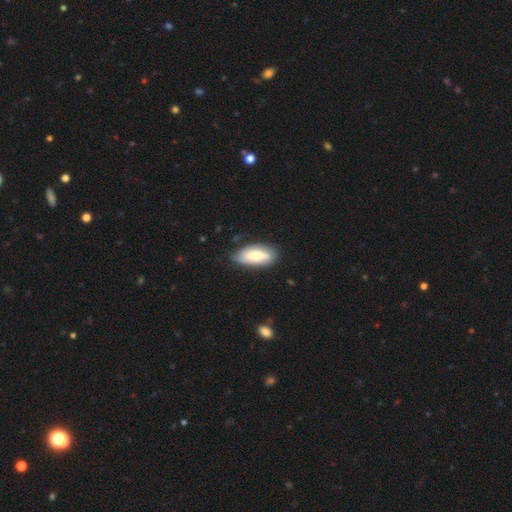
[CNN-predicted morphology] Smooth or featured? Predicted: smooth (p=0.76). How rounded? Predicted: in between (p=0.83). Merging? Predicted: none (p=0.74).